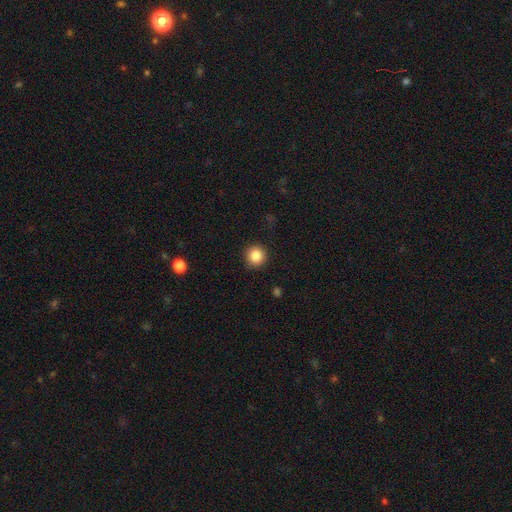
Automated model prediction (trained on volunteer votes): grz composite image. It shows a smooth galaxy with no disk features (85%) that is round (94%). Merging: none (91%).